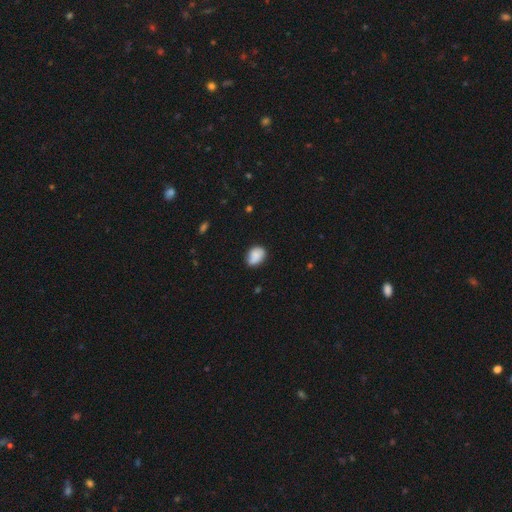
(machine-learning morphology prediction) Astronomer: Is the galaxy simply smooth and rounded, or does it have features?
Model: smooth — 83%.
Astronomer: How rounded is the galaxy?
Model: in between — 73%.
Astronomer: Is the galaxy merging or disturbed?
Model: none — 67%.